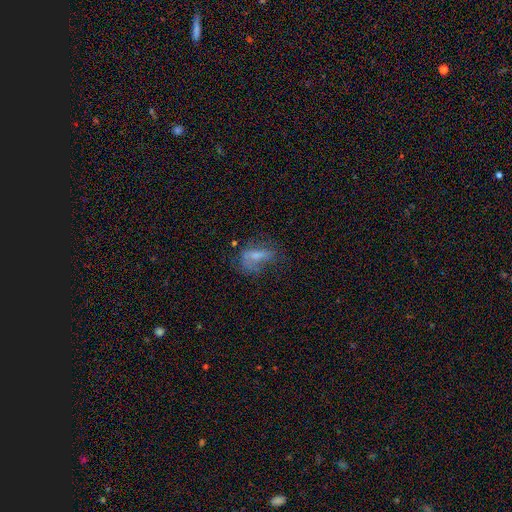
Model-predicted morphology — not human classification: This is possibly a smooth galaxy (46%). Merging: marginally none (36%).